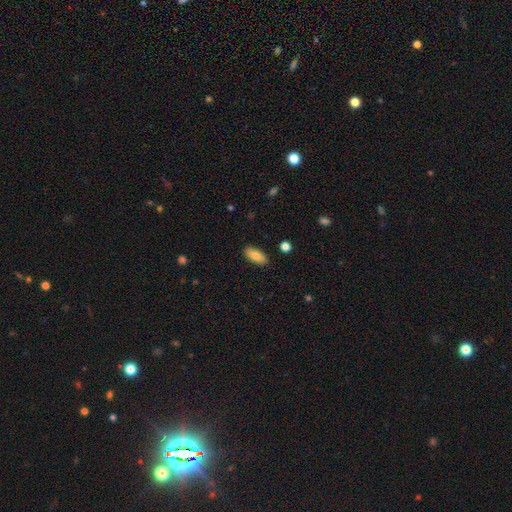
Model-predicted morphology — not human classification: smooth 82%, featured or disk 12%, star or artifact 7%. Down the decision tree: how rounded — in between (88%); merging — none (89%).